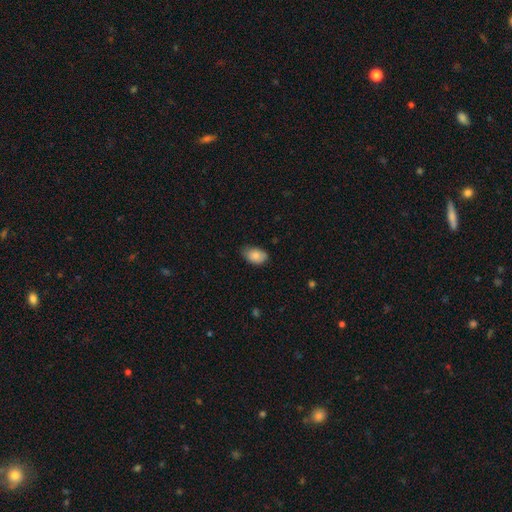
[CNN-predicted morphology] Smooth or featured? Predicted: smooth (p=0.85). How rounded? Predicted: in between (p=0.88). Merging? Predicted: none (p=0.67).